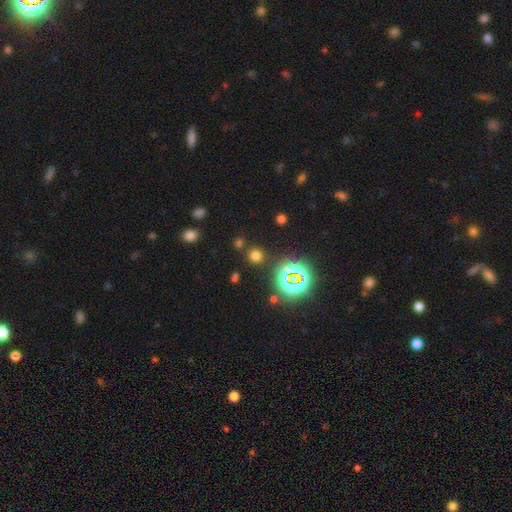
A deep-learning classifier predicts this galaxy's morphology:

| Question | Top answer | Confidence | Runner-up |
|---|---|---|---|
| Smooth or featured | smooth | 62% | star or artifact (31%) |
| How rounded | round | 90% | in between (9%) |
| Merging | none | 84% | minor disturbance (7%) |